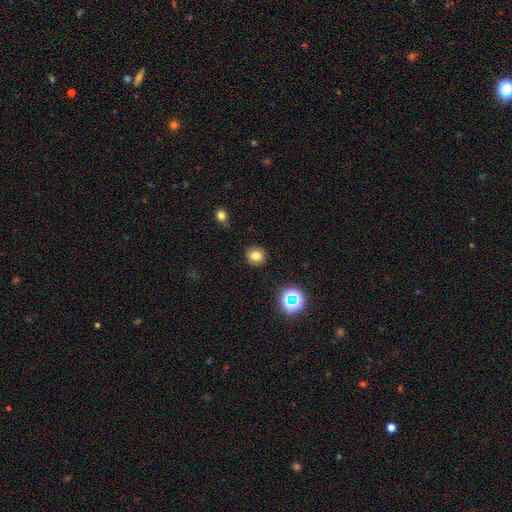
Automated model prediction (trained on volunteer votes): Morphology: type=smooth (77%); roundness=round (84%); merging=none (89%).